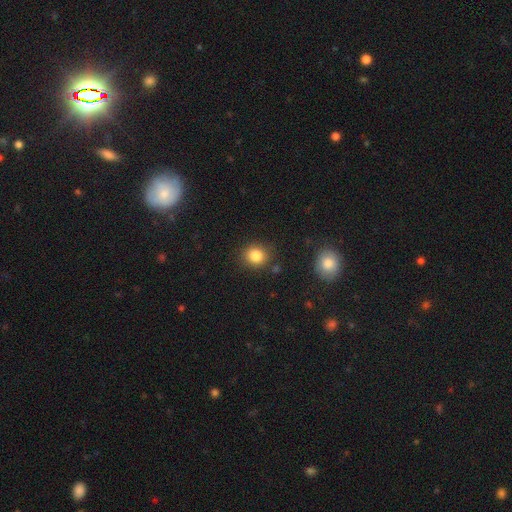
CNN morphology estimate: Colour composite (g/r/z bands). It shows a smooth galaxy with no disk features (84%) that is round (79%). Merging: none (85%).